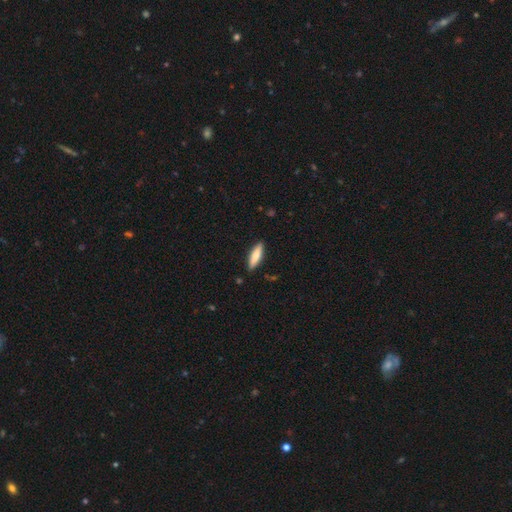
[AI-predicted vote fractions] This appears to be a smooth galaxy with no disk features (78%) that is cigar-shaped (62%). Merging: none (88%).